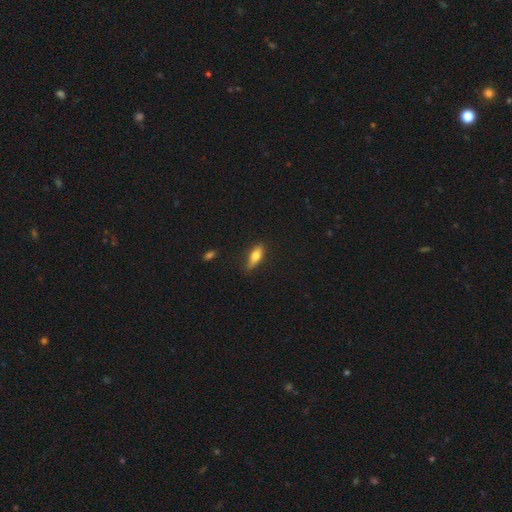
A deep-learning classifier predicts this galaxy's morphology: smooth_or_featured: smooth (p=0.69) [alt: featured or disk p=0.24]
how_rounded: in between (p=0.59) [alt: cigar-shaped p=0.38]
merging: none (p=0.79) [alt: minor disturbance p=0.17]